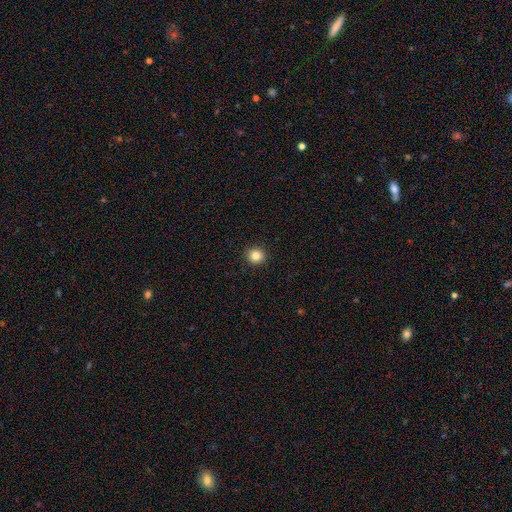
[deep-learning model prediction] This appears to be a smooth galaxy with no disk features (84%) that is round (91%). Merging: none (93%).